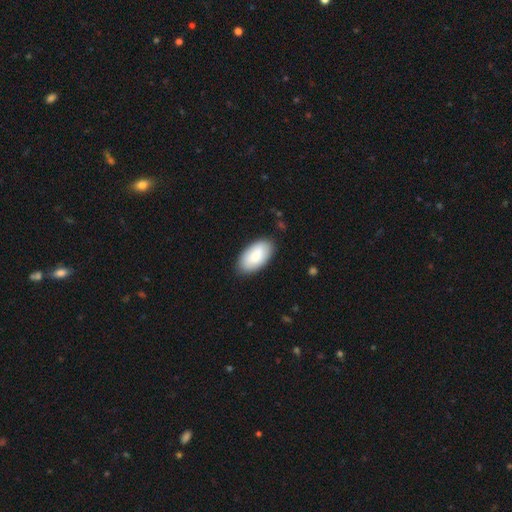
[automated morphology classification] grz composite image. It shows a smooth galaxy with no disk features (82%) that is in between round and cigar-shaped (96%). Merging: none (86%).